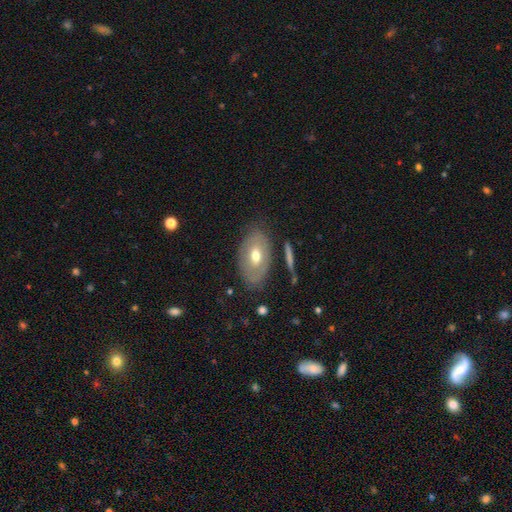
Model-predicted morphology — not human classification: A smooth galaxy with no disk features (52%) that is in between round and cigar-shaped (89%).

Vote fractions:
- Smooth or featured? smooth: 52% / featured or disk: 41% / star or artifact: 7%
- How rounded? in between: 89% / round: 9% / cigar-shaped: 2%
- Merging? none: 73% / minor disturbance: 18% / major disturbance: 6% / merger: 3%